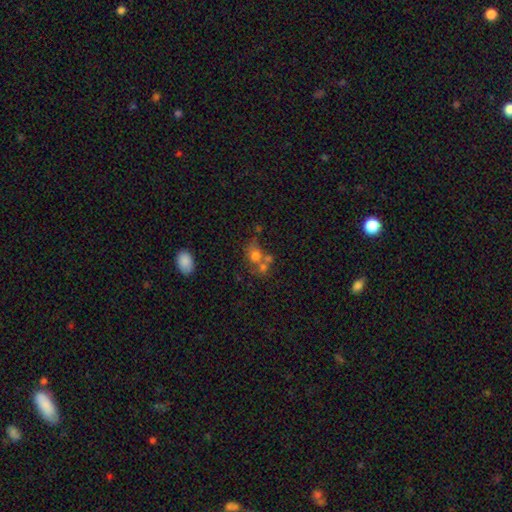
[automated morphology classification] Overall: smooth (64%). How rounded: round (61%; in between 37%). Merging: merger (47%; none 33%).